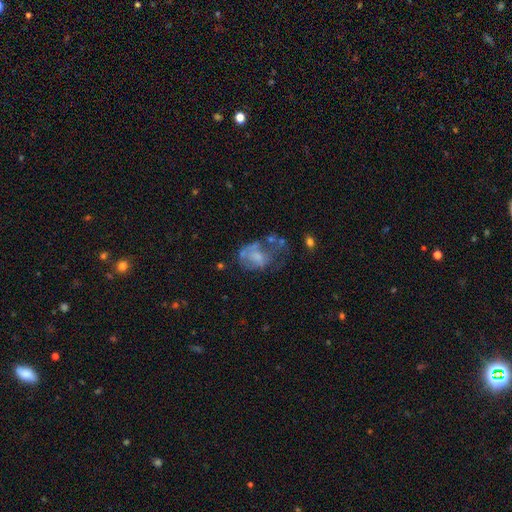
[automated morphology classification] This is possibly a featured or disk galaxy (51%). It is clearly not viewed edge-on (97%). Merging: marginally major disturbance (40%).